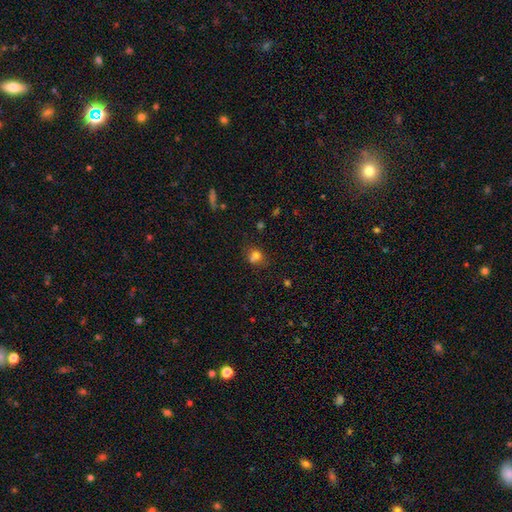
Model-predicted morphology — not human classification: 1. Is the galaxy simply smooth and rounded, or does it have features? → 71% smooth, 16% star or artifact, 13% featured or disk.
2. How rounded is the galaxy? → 67% round, 32% in between, 1% cigar-shaped.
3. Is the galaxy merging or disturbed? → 46% none, 36% merger, 13% minor disturbance, 5% major disturbance.